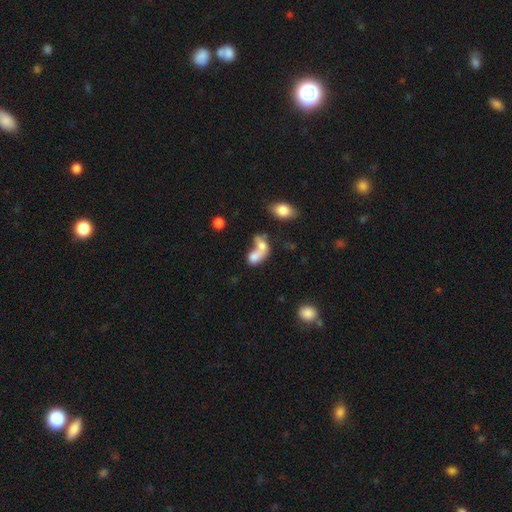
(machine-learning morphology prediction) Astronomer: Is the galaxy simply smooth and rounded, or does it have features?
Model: smooth — 67%.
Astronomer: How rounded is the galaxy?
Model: in between — 75%.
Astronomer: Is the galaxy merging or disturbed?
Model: merger — 71%.